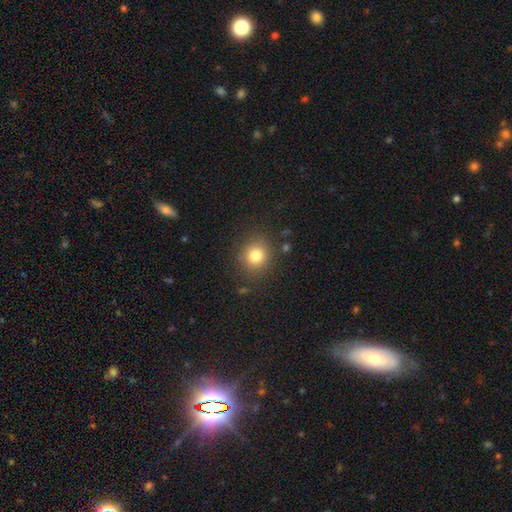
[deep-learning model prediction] Smooth or featured? smooth (80%)
How rounded? round (83%)
Merging? none (85%)